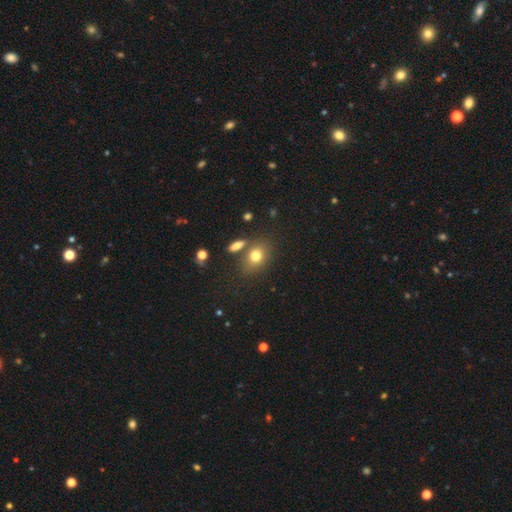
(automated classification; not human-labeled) Q: Smooth or featured?
A: smooth (77%); runner-up: star or artifact (12%)
Q: How rounded?
A: in between (61%); runner-up: round (37%)
Q: Merging?
A: none (67%); runner-up: merger (15%)